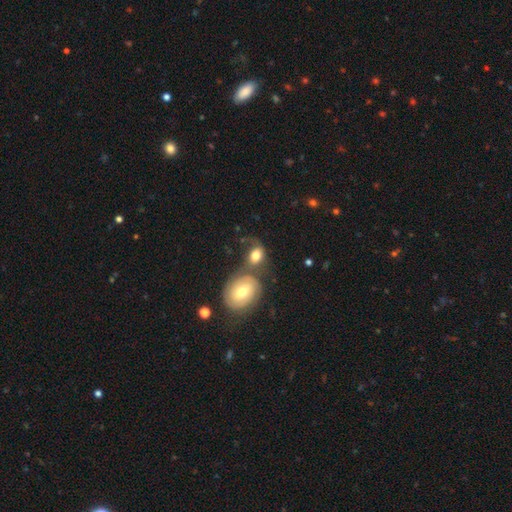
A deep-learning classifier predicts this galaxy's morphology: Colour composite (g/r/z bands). It shows a smooth galaxy with no disk features (60%) that is in between round and cigar-shaped (62%). Merging: merger (42%).